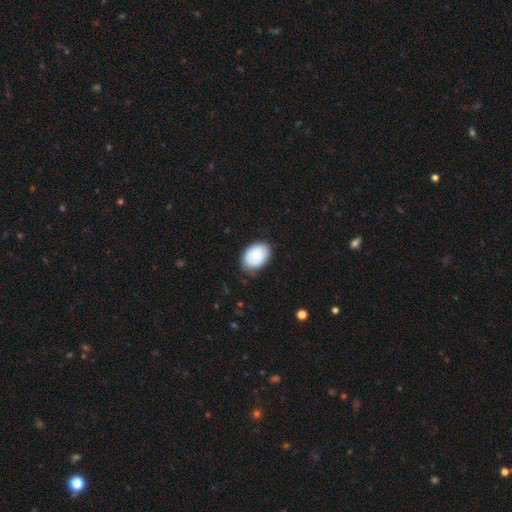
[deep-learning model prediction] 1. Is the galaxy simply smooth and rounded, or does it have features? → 85% smooth, 9% featured or disk, 6% star or artifact.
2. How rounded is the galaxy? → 79% in between, 20% round, 1% cigar-shaped.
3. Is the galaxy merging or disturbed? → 80% none, 16% minor disturbance, 3% major disturbance, 1% merger.